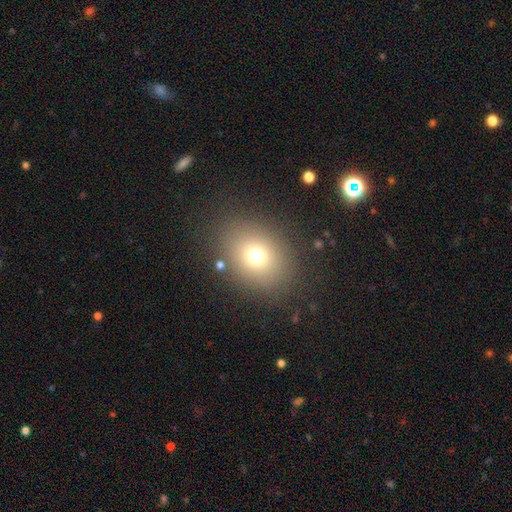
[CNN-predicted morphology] smooth_or_featured: smooth (p=0.72) [alt: star or artifact p=0.16]
how_rounded: round (p=0.51) [alt: in between p=0.48]
merging: none (p=0.84) [alt: minor disturbance p=0.09]